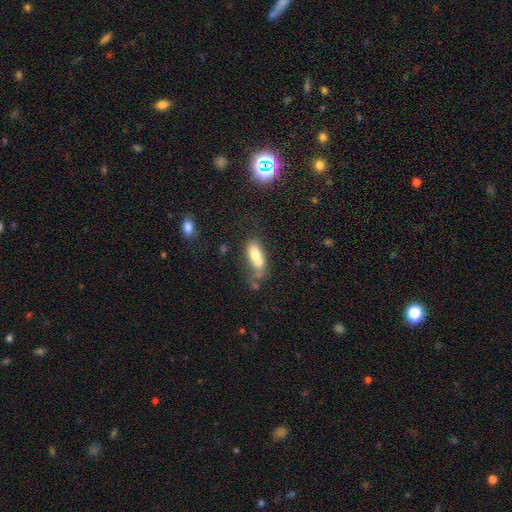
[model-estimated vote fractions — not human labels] smooth-or-featured: smooth: 69% | featured or disk: 21% | star or artifact: 10%
  how-rounded: in between: 75% | cigar-shaped: 21% | round: 4%
  merging: merger: 36% | none: 29% | minor disturbance: 19% | major disturbance: 15%